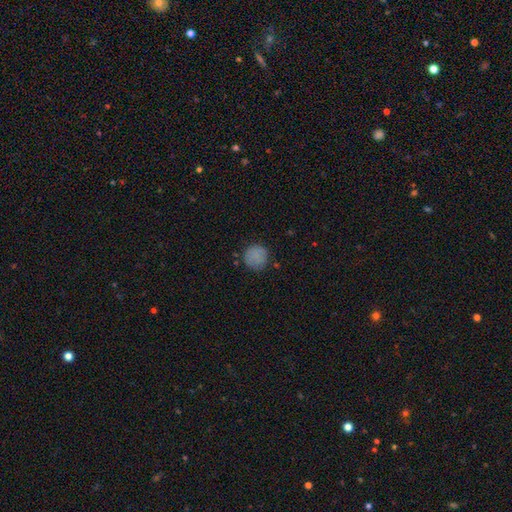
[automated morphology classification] Smooth or featured? smooth (84%)
How rounded? round (93%)
Merging? none (81%)